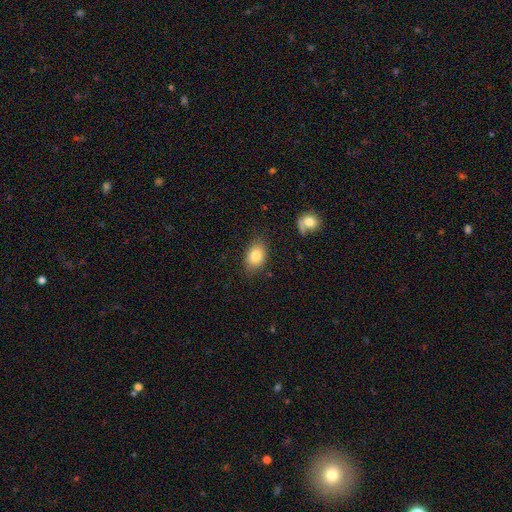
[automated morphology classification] Smooth or featured? smooth (81%)
How rounded? in between (78%)
Merging? none (82%)